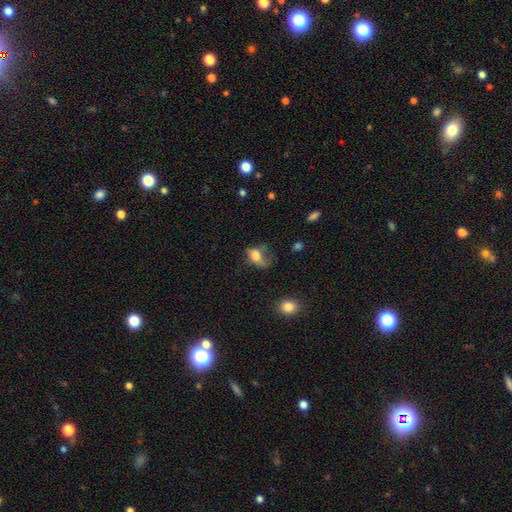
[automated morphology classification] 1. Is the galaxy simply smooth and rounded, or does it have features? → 67% smooth, 23% featured or disk, 11% star or artifact.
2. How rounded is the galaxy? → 77% in between, 20% round, 3% cigar-shaped.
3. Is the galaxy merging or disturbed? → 40% major disturbance, 28% minor disturbance, 28% none, 4% merger.